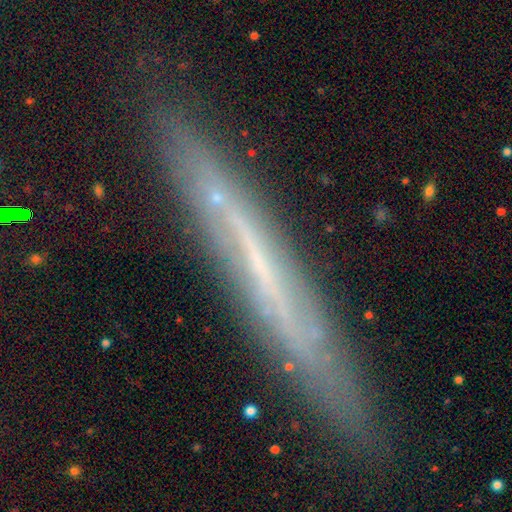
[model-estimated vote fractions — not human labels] Smooth or featured: featured or disk — 65% (smooth — 25%)
Edge-on disk: yes — 90% (no — 10%)
Edge-on bulge: none — 83% (rounded — 11%)
Merging: none — 83% (minor disturbance — 12%)